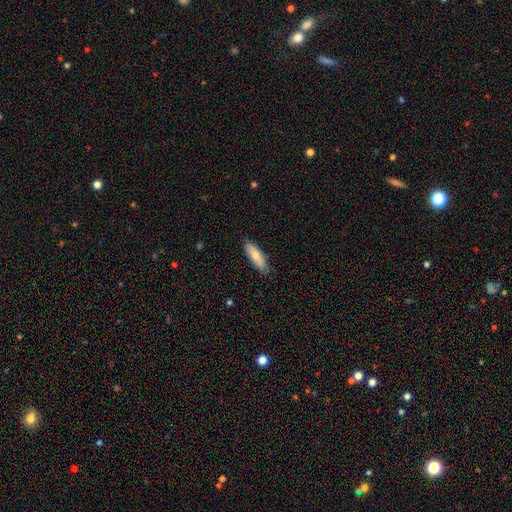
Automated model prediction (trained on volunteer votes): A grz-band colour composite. It shows a smooth galaxy with no disk features (80%) that is cigar-shaped (49%, tied with in between). Merging: none (85%).